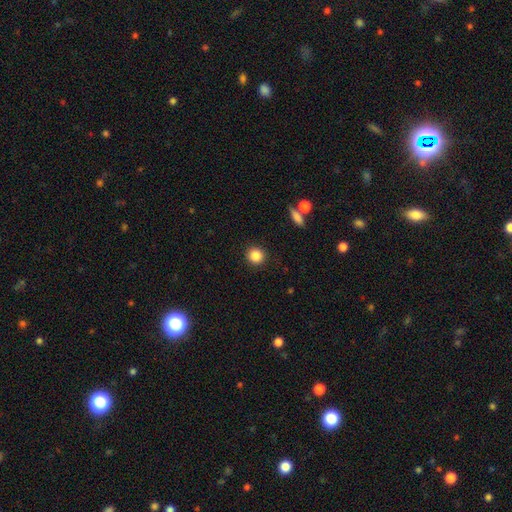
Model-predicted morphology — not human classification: smooth 86%, star or artifact 10%, featured or disk 4%. Down the decision tree: how rounded — round (92%); merging — none (91%).